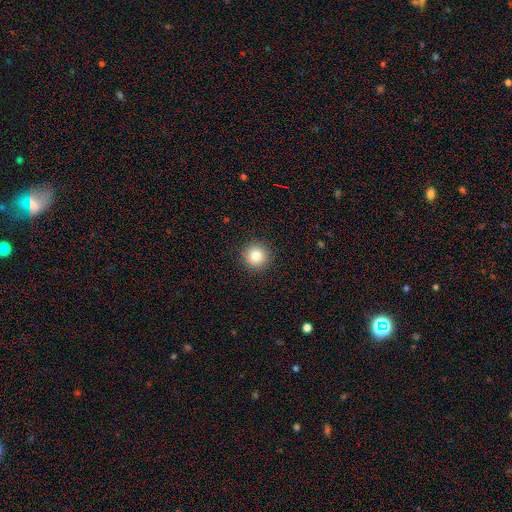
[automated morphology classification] Smooth or featured? Predicted: smooth (p=0.82). How rounded? Predicted: round (p=0.94). Merging? Predicted: none (p=0.89).